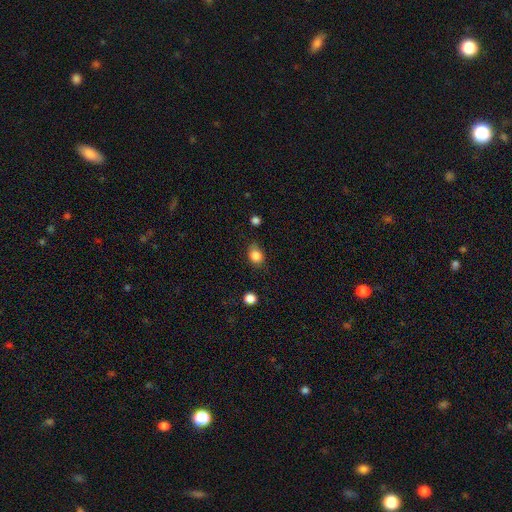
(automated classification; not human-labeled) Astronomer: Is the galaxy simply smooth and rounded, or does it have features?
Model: smooth — 85%.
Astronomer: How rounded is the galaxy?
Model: round — 51% (runner-up: in between, 47%).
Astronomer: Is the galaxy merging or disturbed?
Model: none — 66%.